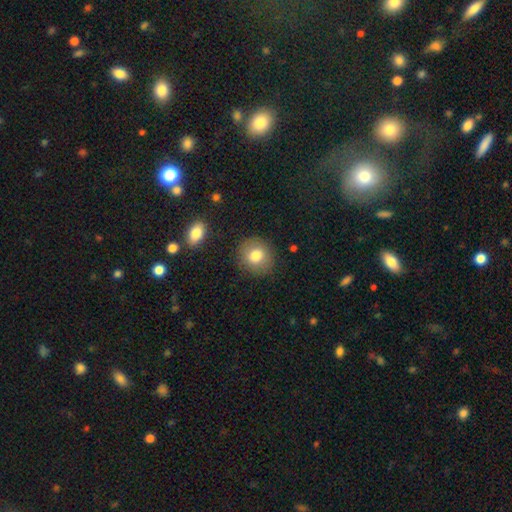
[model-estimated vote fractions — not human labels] smooth-or-featured: smooth: 79% | featured or disk: 12% | star or artifact: 9%
  how-rounded: round: 85% | in between: 14% | cigar-shaped: 1%
  merging: none: 87% | minor disturbance: 8% | major disturbance: 3% | merger: 2%